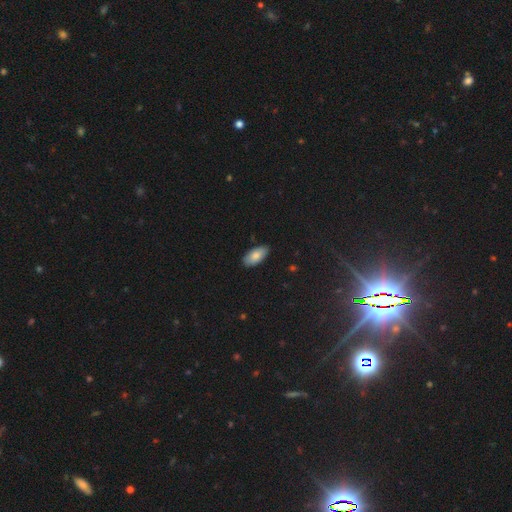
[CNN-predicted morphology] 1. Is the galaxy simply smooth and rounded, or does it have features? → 82% smooth, 11% featured or disk, 7% star or artifact.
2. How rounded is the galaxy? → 94% in between, 4% cigar-shaped, 2% round.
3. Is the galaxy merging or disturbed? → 85% none, 12% minor disturbance, 2% major disturbance, 1% merger.